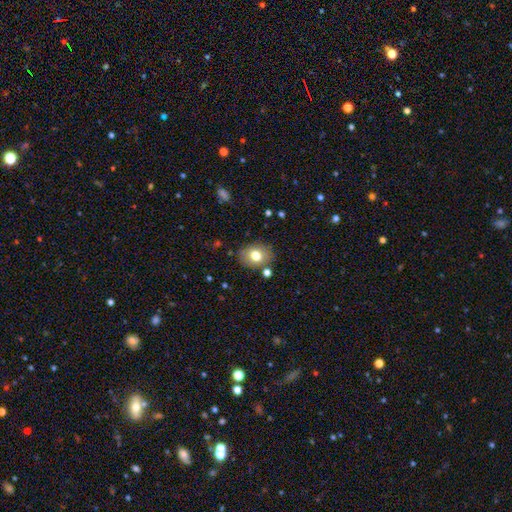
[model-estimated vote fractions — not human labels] Morphology: type=smooth (75%); roundness=in between (56%); merging=none (81%).